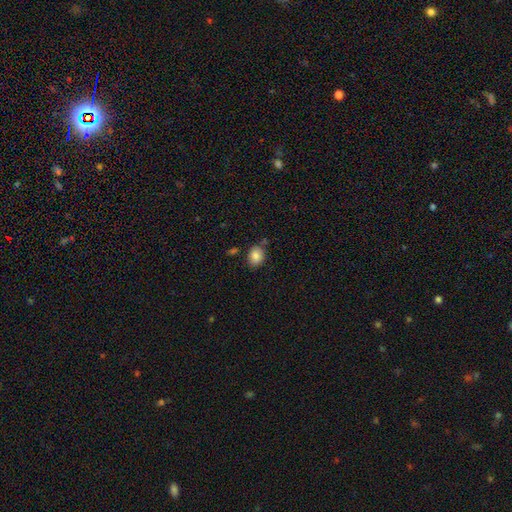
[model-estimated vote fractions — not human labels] Smooth or featured?
  - smooth: 83% *
  - star or artifact: 9%
  - featured or disk: 8%
How rounded?
  - in between: 59% *
  - round: 40%
  - cigar-shaped: 1%
Merging?
  - none: 77% *
  - minor disturbance: 14%
  - merger: 6%
  - major disturbance: 3%